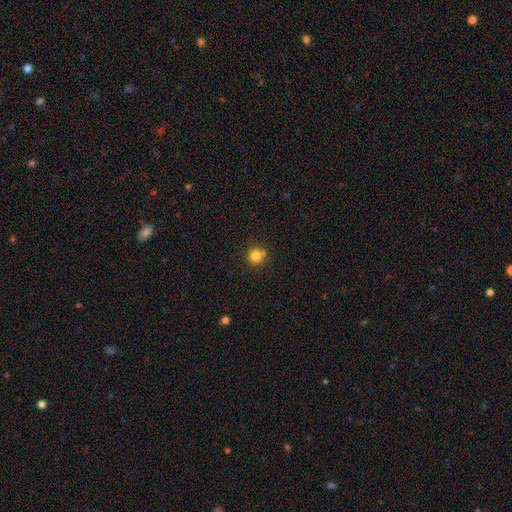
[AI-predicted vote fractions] A smooth galaxy with no disk features (80%) that is round (93%). Merging: none (73%).